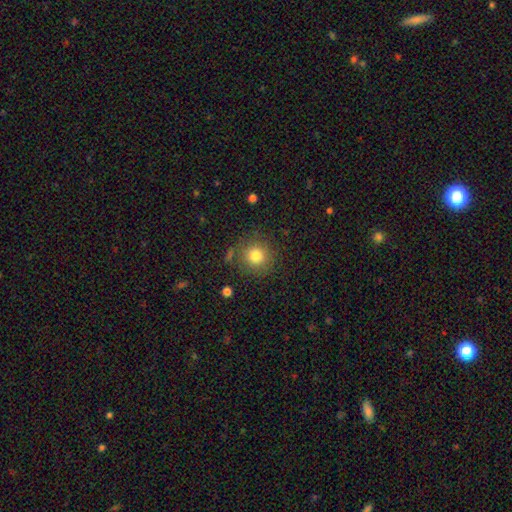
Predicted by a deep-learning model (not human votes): Smooth or featured? smooth (80%)
How rounded? round (93%)
Merging? none (84%)